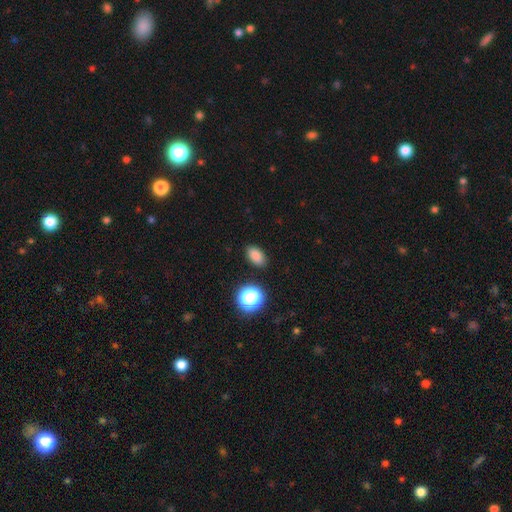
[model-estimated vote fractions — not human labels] Morphology: type=smooth (82%); roundness=in between (86%); merging=none (87%).